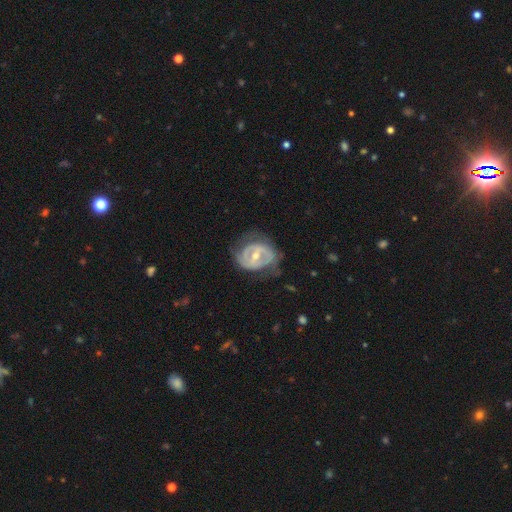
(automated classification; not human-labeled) Morphology: type=featured or disk (77%); edge-on=no (95%); bar=strong (43%); spiral arms=yes (54%); bulge=moderate (64%); merging=none (56%).